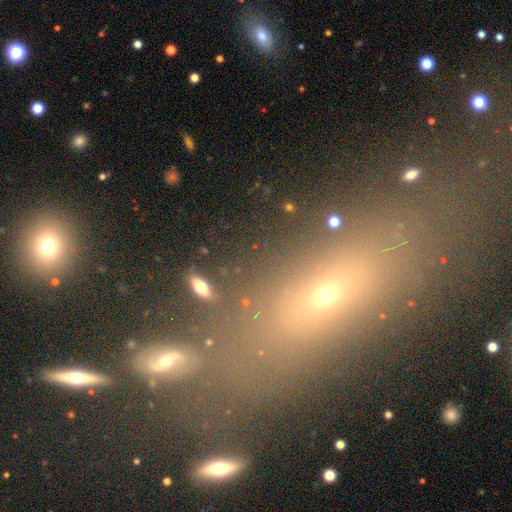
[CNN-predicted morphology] A smooth galaxy with no disk features (48%).

Vote fractions:
- Smooth or featured? smooth: 48% / star or artifact: 31% / featured or disk: 21%
- Merging? none: 66% / minor disturbance: 13% / merger: 12% / major disturbance: 9%